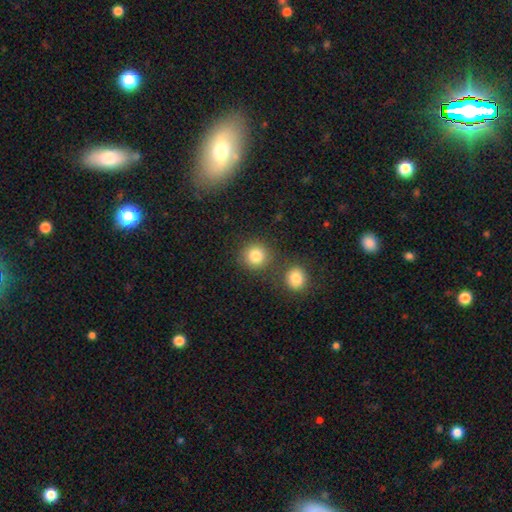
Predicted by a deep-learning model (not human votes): The model was most divided on "merging": none: 77%, merger: 12%, minor disturbance: 8%, major disturbance: 3%. More confident: how rounded — round (90%); smooth or featured — smooth (83%).